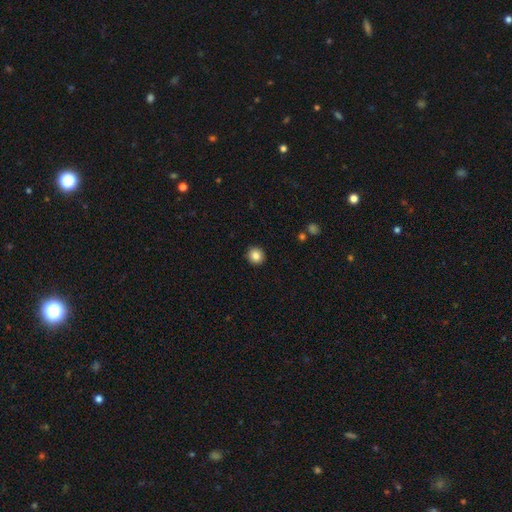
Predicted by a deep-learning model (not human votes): smooth-or-featured: smooth: 84% | star or artifact: 10% | featured or disk: 6%
  how-rounded: round: 92% | in between: 7% | cigar-shaped: 1%
  merging: none: 93% | minor disturbance: 5% | major disturbance: 1% | merger: 1%